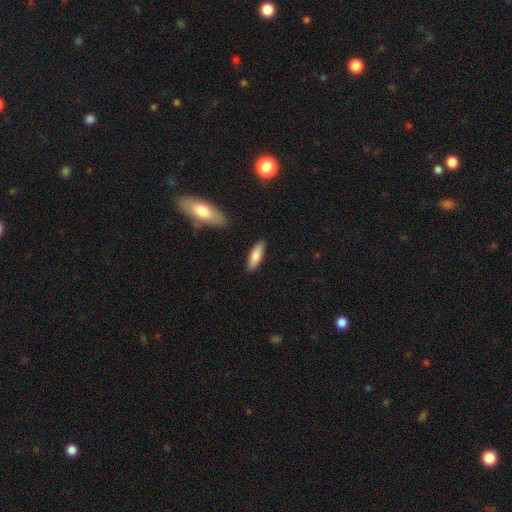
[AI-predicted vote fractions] This appears to be a smooth galaxy with no disk features (81%) that is in between round and cigar-shaped (52%). Merging: none (87%).